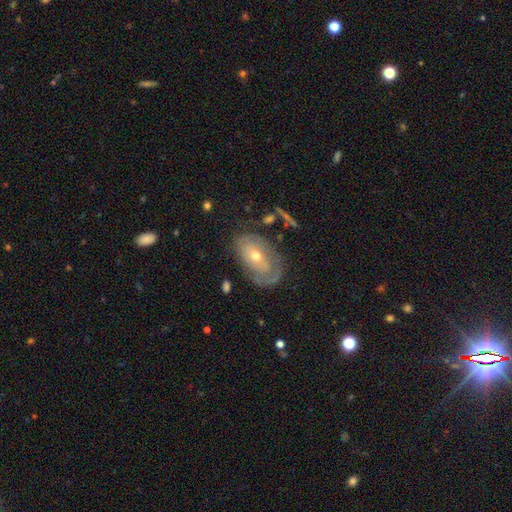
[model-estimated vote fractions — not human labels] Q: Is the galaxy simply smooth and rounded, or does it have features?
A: featured or disk — 67%.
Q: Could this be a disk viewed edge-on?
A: no — 92%.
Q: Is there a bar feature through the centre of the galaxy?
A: no — 76%.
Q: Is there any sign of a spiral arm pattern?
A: yes — 63%.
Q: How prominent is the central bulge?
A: moderate — 50%.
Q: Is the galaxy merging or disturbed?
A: none — 60%.